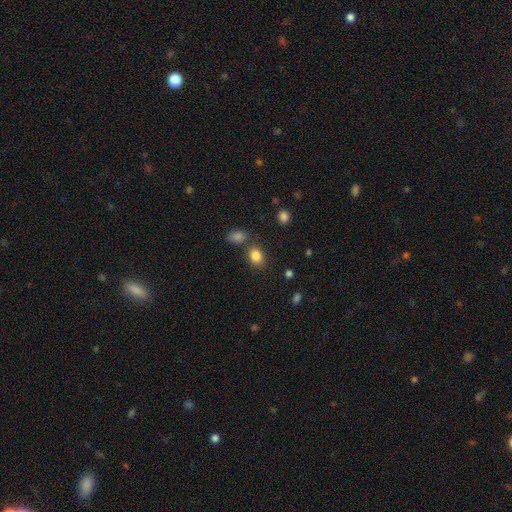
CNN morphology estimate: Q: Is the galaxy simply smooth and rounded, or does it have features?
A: smooth — 85%.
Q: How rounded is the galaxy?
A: in between — 65%.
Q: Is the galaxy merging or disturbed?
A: none — 72%.